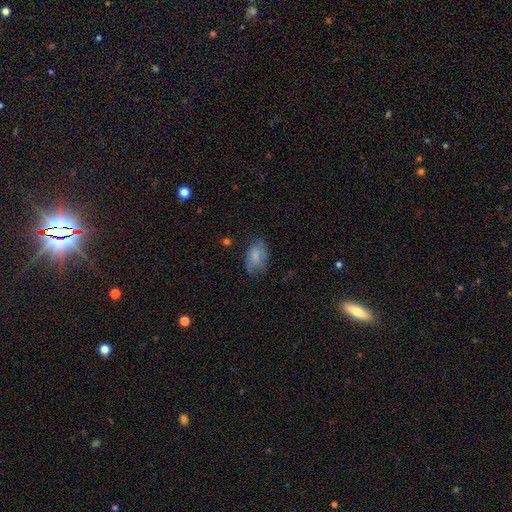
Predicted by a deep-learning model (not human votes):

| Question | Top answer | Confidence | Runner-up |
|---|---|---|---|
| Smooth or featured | smooth | 76% | featured or disk (17%) |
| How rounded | in between | 90% | round (8%) |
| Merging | none | 65% | minor disturbance (26%) |